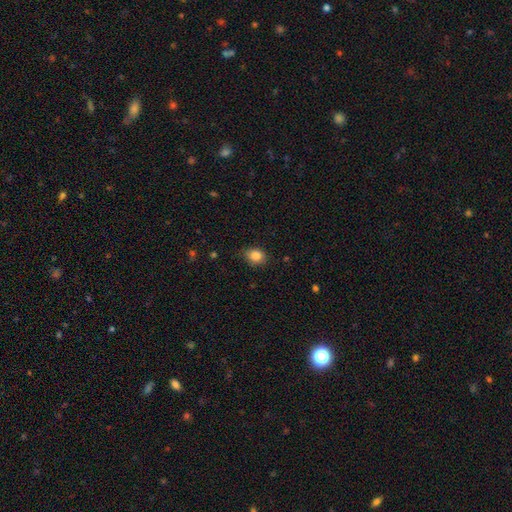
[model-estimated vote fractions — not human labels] A smooth galaxy with no disk features (84%) that is round (57%).

Vote fractions:
- Smooth or featured? smooth: 84% / star or artifact: 10% / featured or disk: 6%
- How rounded? round: 57% / in between: 42% / cigar-shaped: 1%
- Merging? none: 79% / minor disturbance: 17% / major disturbance: 3% / merger: 1%